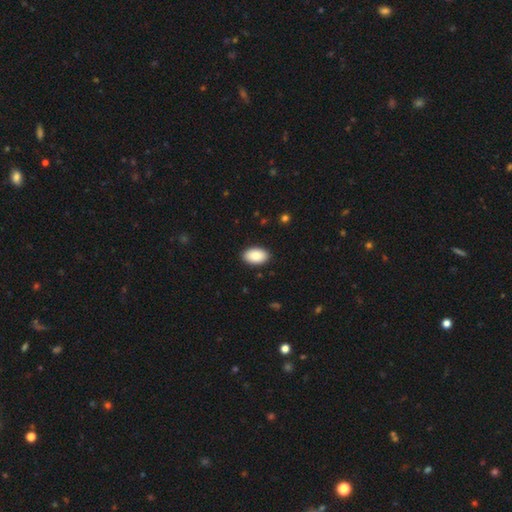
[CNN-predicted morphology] Smooth or featured: smooth — 89% (star or artifact — 6%)
How rounded: in between — 94% (round — 5%)
Merging: none — 90% (minor disturbance — 7%)